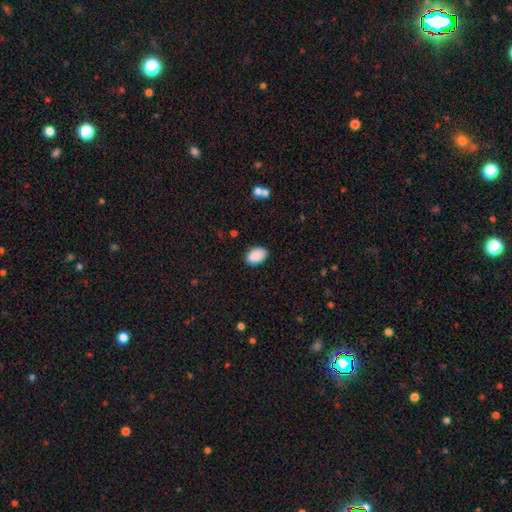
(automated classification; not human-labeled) Smooth or featured? smooth (89%)
How rounded? in between (90%)
Merging? none (84%)